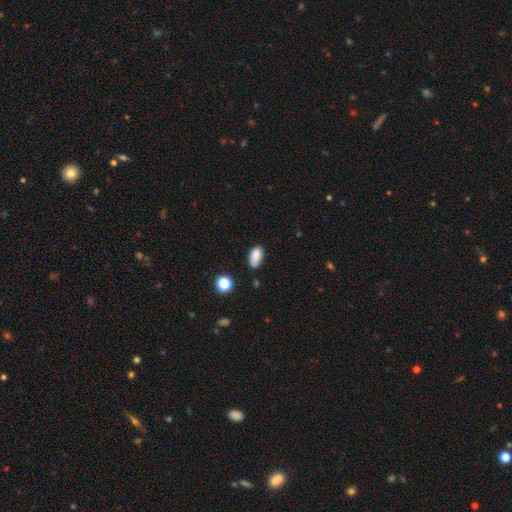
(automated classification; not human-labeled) smooth_or_featured: smooth (p=0.84) [alt: star or artifact p=0.10]
how_rounded: in between (p=0.91) [alt: round p=0.06]
merging: none (p=0.63) [alt: minor disturbance p=0.27]